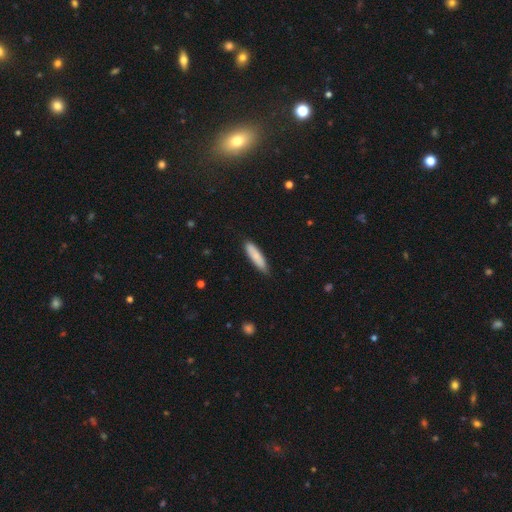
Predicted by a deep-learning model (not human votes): A smooth galaxy with no disk features (83%) that is cigar-shaped (70%).

Vote fractions:
- Smooth or featured? smooth: 83% / featured or disk: 12% / star or artifact: 6%
- How rounded? cigar-shaped: 70% / in between: 28% / round: 1%
- Merging? none: 82% / minor disturbance: 15% / major disturbance: 2% / merger: 1%